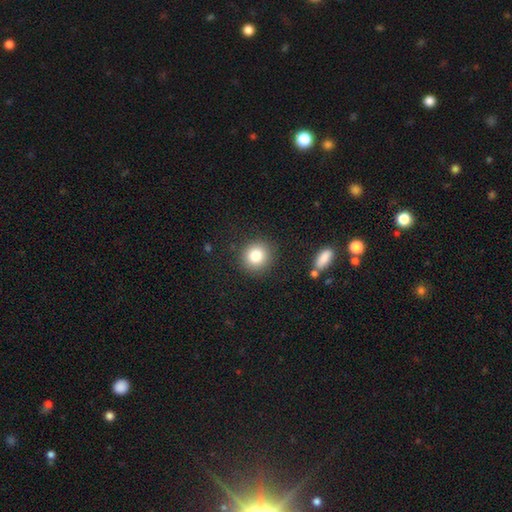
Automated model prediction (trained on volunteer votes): The model was most divided on "smooth or featured": smooth: 81%, star or artifact: 11%, featured or disk: 8%. More confident: how rounded — round (90%); merging — none (87%).